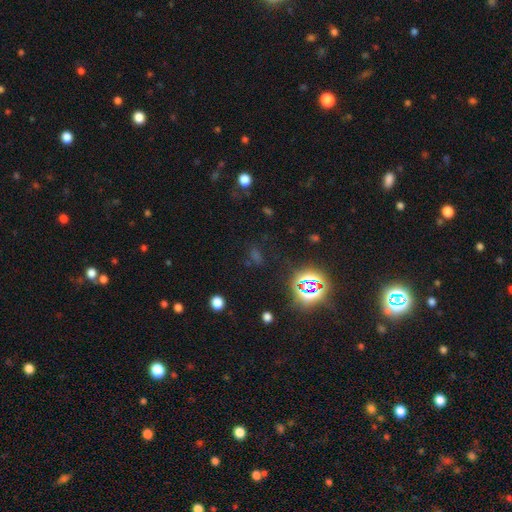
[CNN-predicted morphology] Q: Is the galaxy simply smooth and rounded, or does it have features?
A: star or artifact — 66%.